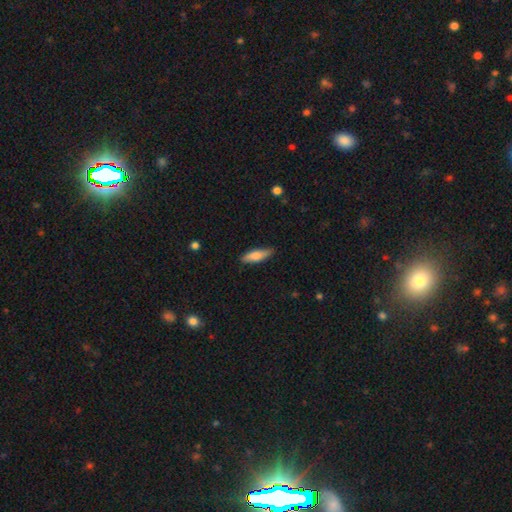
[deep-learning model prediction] Smooth or featured? Predicted: smooth (p=0.76). How rounded? Predicted: cigar-shaped (p=0.53). Merging? Predicted: none (p=0.83).